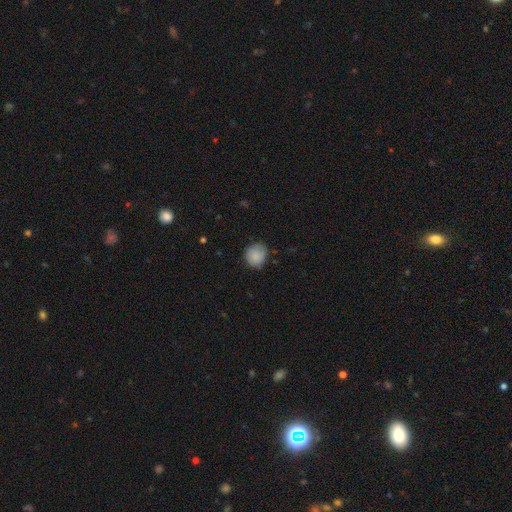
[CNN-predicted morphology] Overall: smooth (85%). How rounded: round (84%). Merging: none (76%).